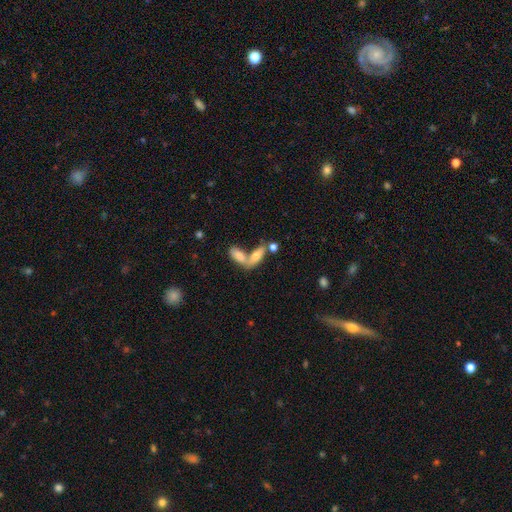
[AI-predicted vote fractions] smooth 69%, featured or disk 22%, star or artifact 9%. Down the decision tree: how rounded — in between (71%); merging — merger (64%).